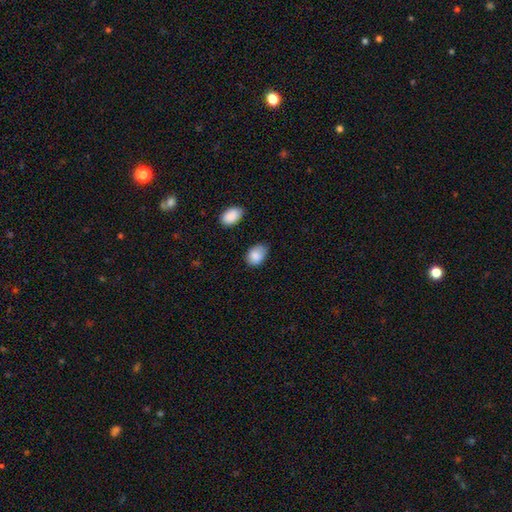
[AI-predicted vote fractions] The model was most divided on "merging": none: 68%, minor disturbance: 25%, major disturbance: 4%, merger: 2%. More confident: smooth or featured — smooth (86%); how rounded — in between (78%).